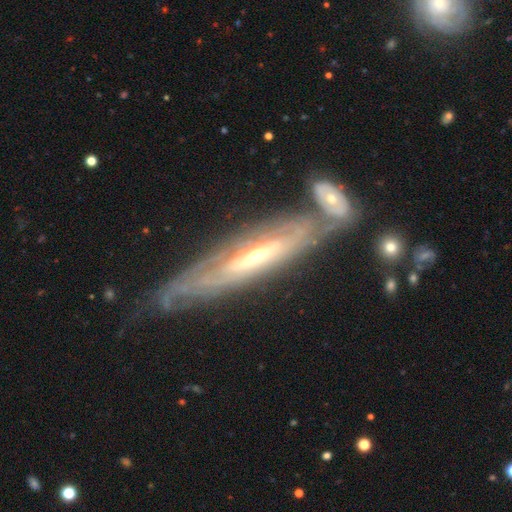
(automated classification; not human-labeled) Smooth or featured: featured or disk — 83% (smooth — 11%)
Edge-on disk: no — 55% (yes — 45%)
Merging: none — 52% (merger — 20%)